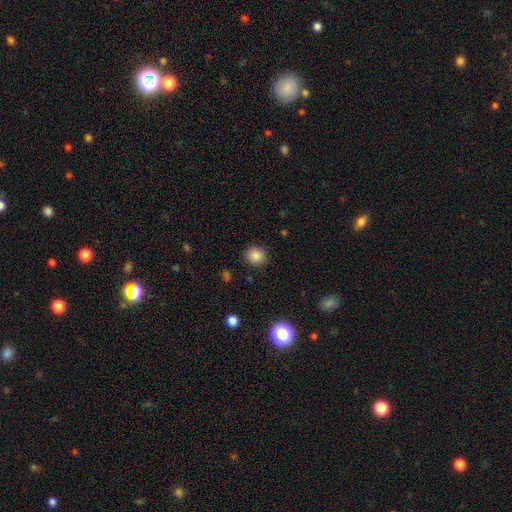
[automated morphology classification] Overall: smooth (86%). How rounded: round (80%). Merging: none (89%).